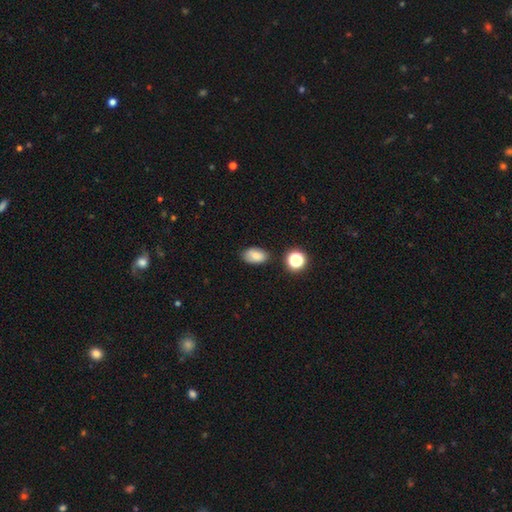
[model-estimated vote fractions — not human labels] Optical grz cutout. It shows a smooth galaxy with no disk features (78%) that is in between round and cigar-shaped (89%). Merging: none (79%).